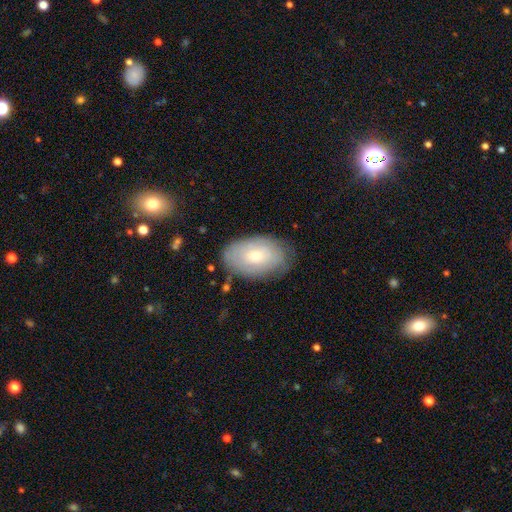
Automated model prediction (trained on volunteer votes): smooth_or_featured: smooth (p=0.57) [alt: featured or disk p=0.36]
how_rounded: in between (p=0.93) [alt: round p=0.06]
merging: none (p=0.76) [alt: minor disturbance p=0.17]